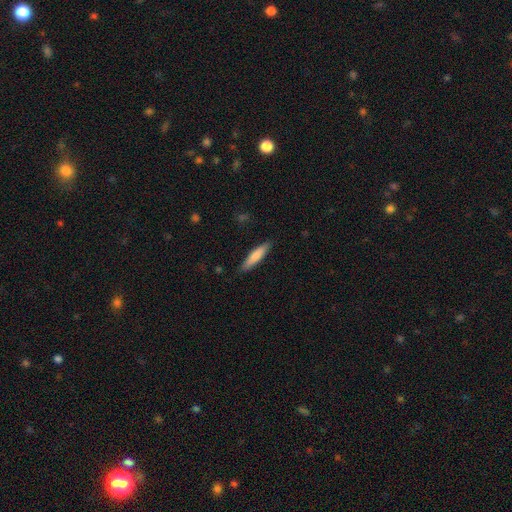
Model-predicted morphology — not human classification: Q: Smooth or featured?
A: smooth (78%); runner-up: featured or disk (17%)
Q: How rounded?
A: cigar-shaped (82%); runner-up: in between (17%)
Q: Merging?
A: none (88%); runner-up: minor disturbance (9%)